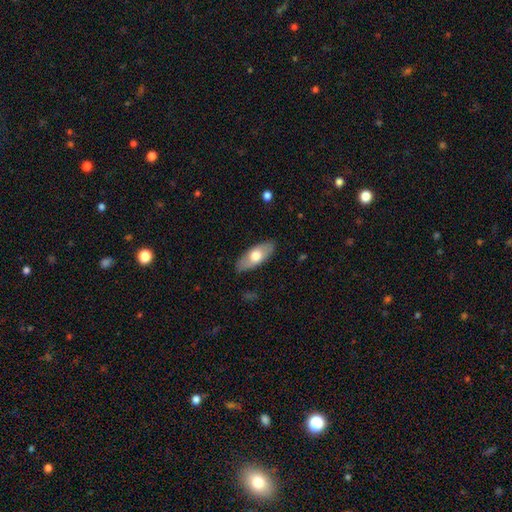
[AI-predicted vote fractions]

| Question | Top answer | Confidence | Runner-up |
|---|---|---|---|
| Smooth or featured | smooth | 63% | featured or disk (31%) |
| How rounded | in between | 83% | cigar-shaped (14%) |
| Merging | none | 86% | minor disturbance (11%) |